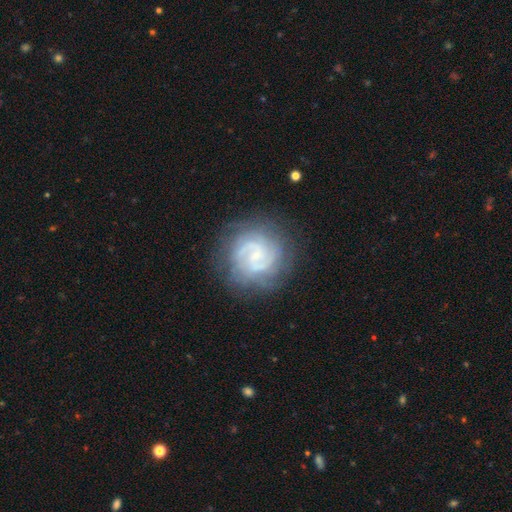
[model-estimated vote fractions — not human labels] Smooth or featured: featured or disk — 83% (smooth — 11%)
Edge-on disk: no — 98% (yes — 2%)
Bar: no — 46% (weak — 44%)
Spiral arms: yes — 96% (no — 4%)
Spiral winding: tight — 57% (medium — 34%)
Spiral arm count: 2 — 39% (can't tell — 24%)
Bulge size: small — 74% (moderate — 13%)
Merging: none — 78% (minor disturbance — 14%)